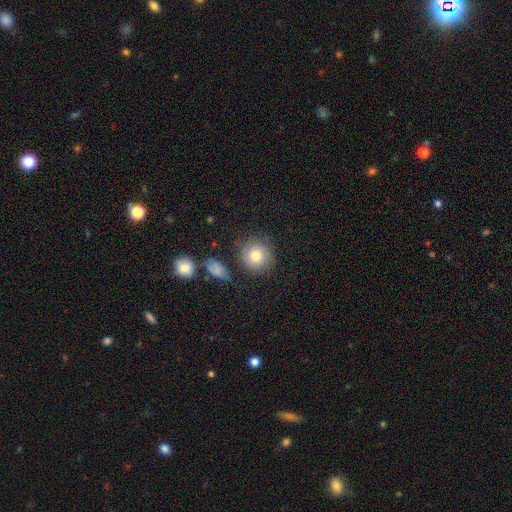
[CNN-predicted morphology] smooth-or-featured: smooth: 78% | featured or disk: 14% | star or artifact: 8%
  how-rounded: round: 89% | in between: 10% | cigar-shaped: 1%
  merging: none: 76% | minor disturbance: 14% | major disturbance: 5% | merger: 5%